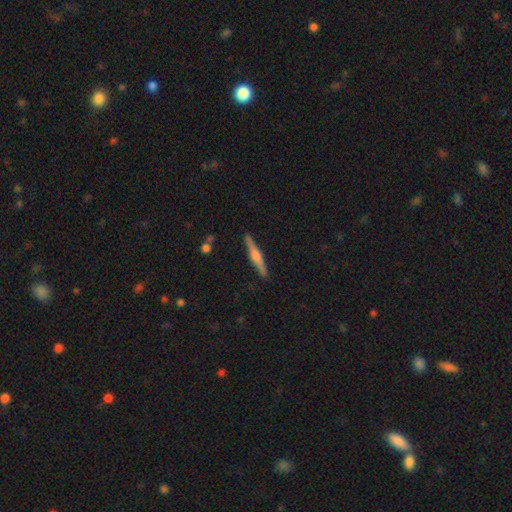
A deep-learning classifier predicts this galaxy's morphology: This appears to be a featured or disk galaxy (64%) viewed edge-on (98%) with a rounded central bulge (79%). Merging: none (90%).